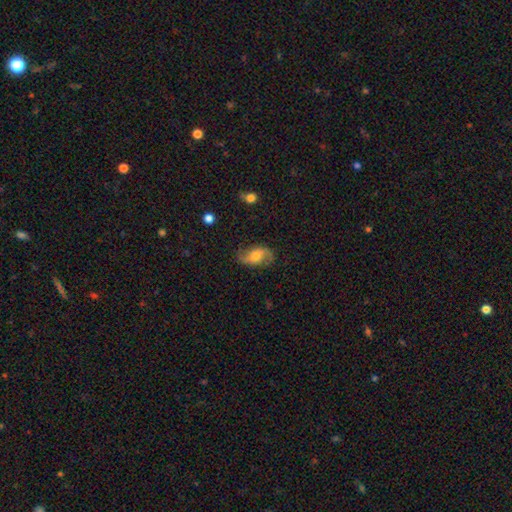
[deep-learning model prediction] Q: Smooth or featured?
A: featured or disk (68%); runner-up: smooth (25%)
Q: Edge-on disk?
A: no (95%); runner-up: yes (5%)
Q: Bar?
A: no (55%); runner-up: weak (36%)
Q: Spiral arms?
A: yes (92%); runner-up: no (8%)
Q: Spiral winding?
A: loose (70%); runner-up: medium (23%)
Q: Spiral arm count?
A: 2 (91%); runner-up: can't tell (4%)
Q: Bulge size?
A: moderate (57%); runner-up: small (29%)
Q: Merging?
A: none (74%); runner-up: minor disturbance (18%)